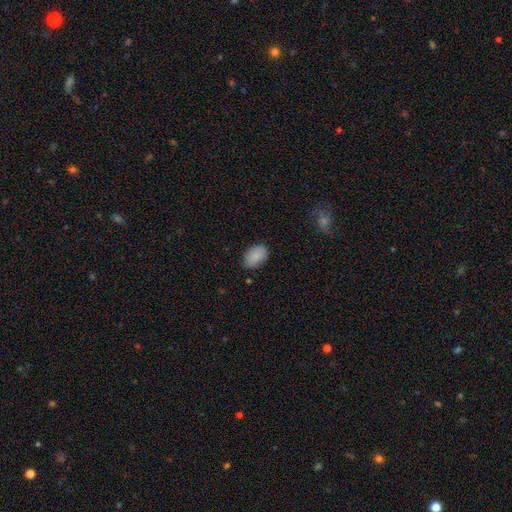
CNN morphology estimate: smooth_or_featured: smooth (p=0.87) [alt: star or artifact p=0.07]
how_rounded: in between (p=0.87) [alt: round p=0.11]
merging: none (p=0.80) [alt: minor disturbance p=0.16]